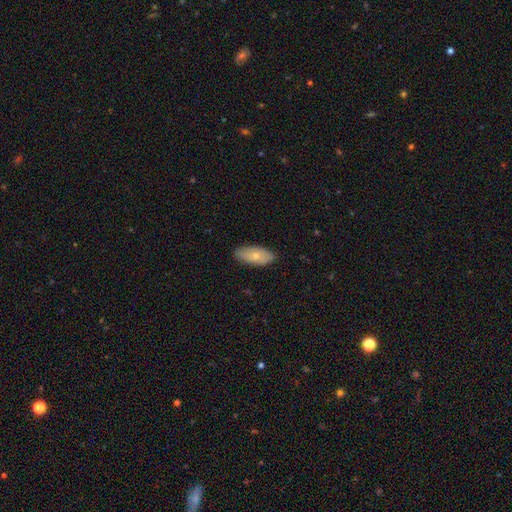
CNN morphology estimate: smooth-or-featured: smooth: 72% | featured or disk: 22% | star or artifact: 6%
  how-rounded: in between: 88% | cigar-shaped: 9% | round: 3%
  merging: none: 85% | minor disturbance: 12% | major disturbance: 2% | merger: 1%